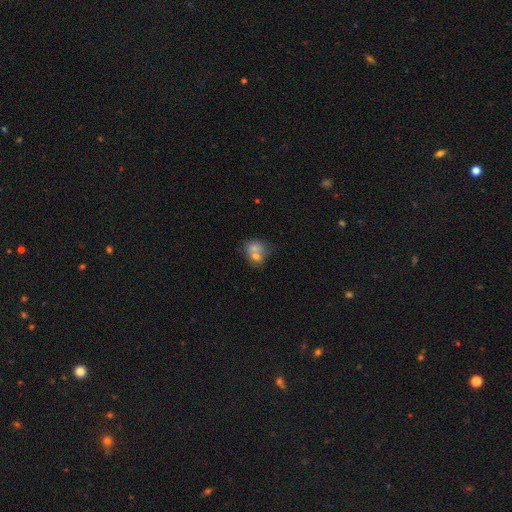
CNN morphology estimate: A smooth galaxy with no disk features (65%) that is round (55%). Merging: merger (59%).